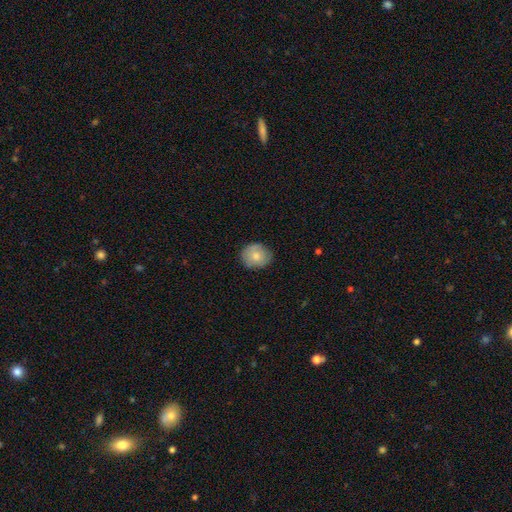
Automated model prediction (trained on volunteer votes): Smooth or featured: smooth — 76% (featured or disk — 17%)
How rounded: round — 74% (in between — 25%)
Merging: none — 81% (minor disturbance — 15%)